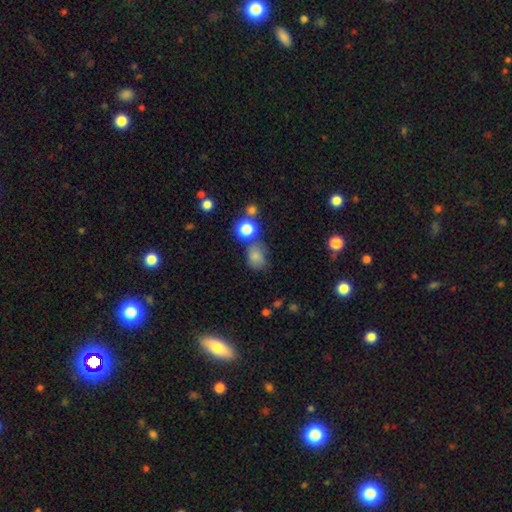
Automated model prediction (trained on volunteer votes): Smooth or featured? smooth (74%)
How rounded? round (50%)
Merging? none (57%)